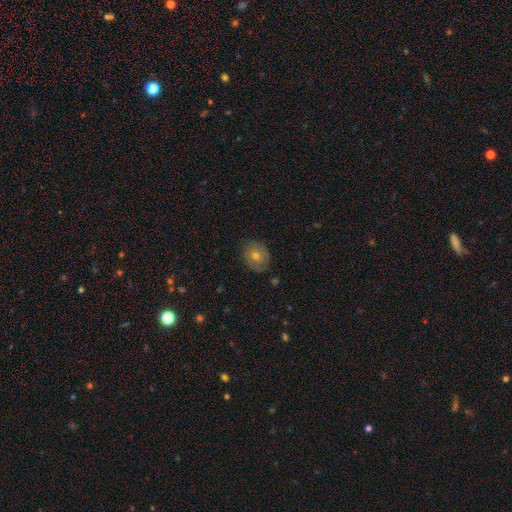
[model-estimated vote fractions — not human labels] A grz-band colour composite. It shows a smooth galaxy with no disk features (55%) that is round (60%). Merging: none (81%).